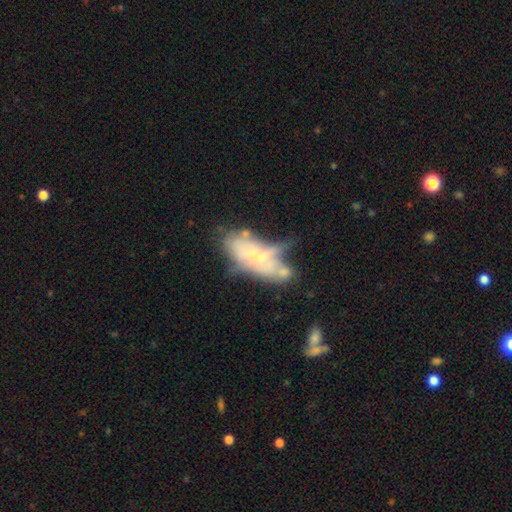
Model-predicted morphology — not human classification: A featured or disk galaxy (55%). Merging: merger (27%).